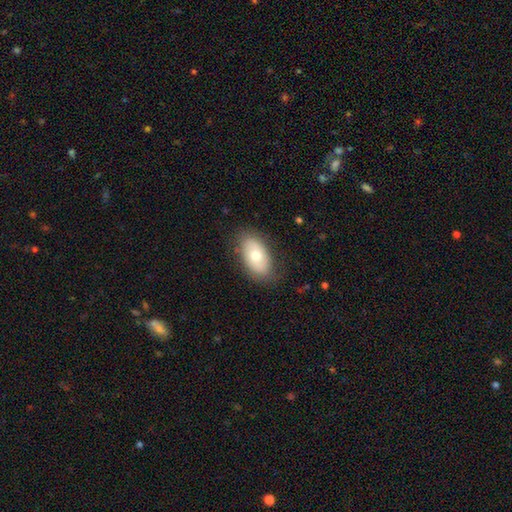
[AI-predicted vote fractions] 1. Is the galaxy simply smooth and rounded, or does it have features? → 69% smooth, 24% featured or disk, 6% star or artifact.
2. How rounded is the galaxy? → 93% in between, 5% round, 2% cigar-shaped.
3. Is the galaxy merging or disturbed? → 81% none, 15% minor disturbance, 4% major disturbance, 1% merger.